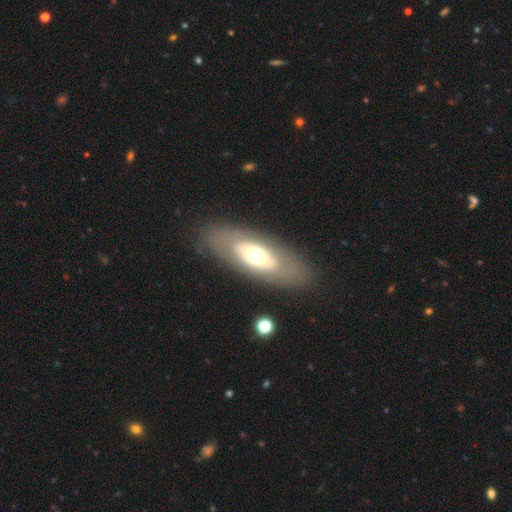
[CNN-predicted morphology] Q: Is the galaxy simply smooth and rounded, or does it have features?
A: featured or disk — 48%.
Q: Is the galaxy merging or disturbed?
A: none — 83%.